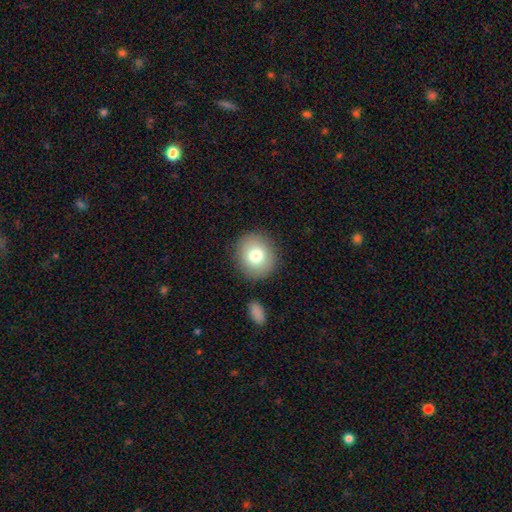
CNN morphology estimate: smooth 78%, featured or disk 13%, star or artifact 9%. Down the decision tree: how rounded — round (79%); merging — none (85%).